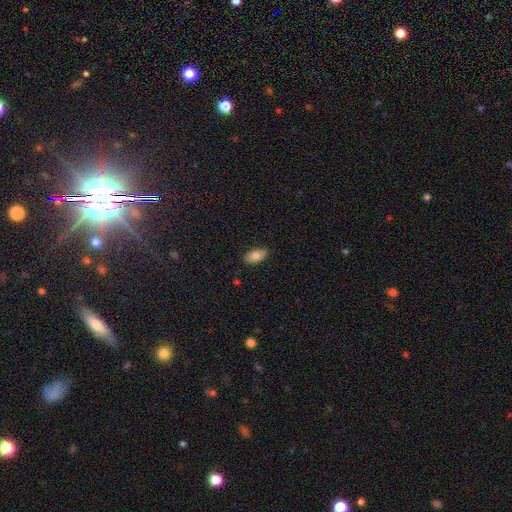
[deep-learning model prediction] A smooth galaxy with no disk features (80%) that is in between round and cigar-shaped (93%).

Vote fractions:
- Smooth or featured? smooth: 80% / featured or disk: 13% / star or artifact: 7%
- How rounded? in between: 93% / round: 4% / cigar-shaped: 3%
- Merging? none: 83% / minor disturbance: 13% / major disturbance: 2% / merger: 1%